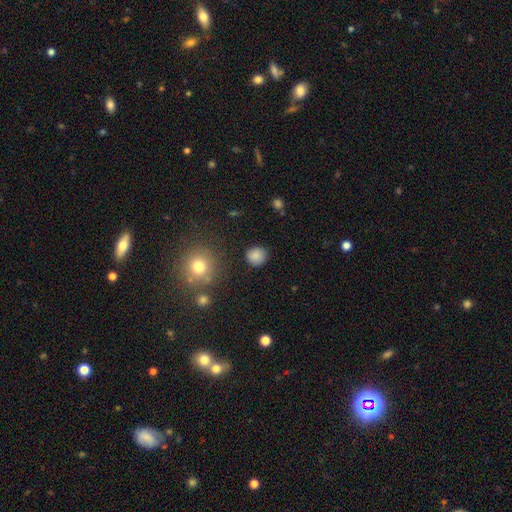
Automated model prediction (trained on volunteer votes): A smooth galaxy with no disk features (84%) that is round (90%). Merging: none (88%).